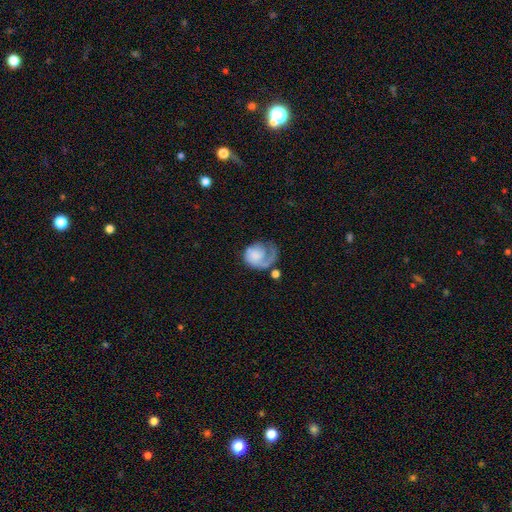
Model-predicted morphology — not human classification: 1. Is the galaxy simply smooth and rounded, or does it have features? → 58% featured or disk, 35% smooth, 7% star or artifact.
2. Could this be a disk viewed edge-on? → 98% no, 2% yes.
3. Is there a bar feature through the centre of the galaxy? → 80% no, 17% weak, 3% strong.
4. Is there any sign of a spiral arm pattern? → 83% yes, 17% no.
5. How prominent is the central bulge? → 39% none, 24% small, 18% moderate, 14% large, 5% dominant.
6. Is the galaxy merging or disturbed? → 37% major disturbance, 35% none, 21% minor disturbance, 7% merger.